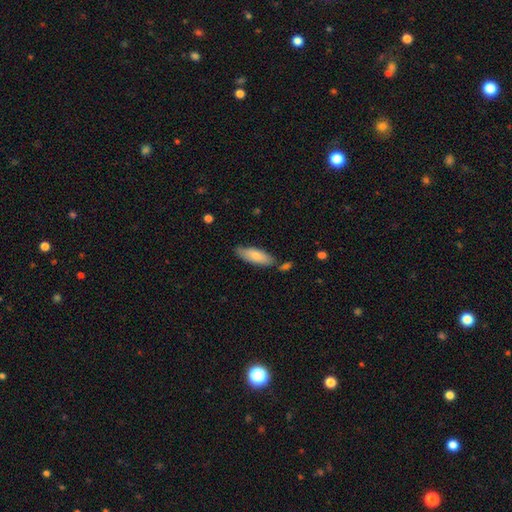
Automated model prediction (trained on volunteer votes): Q: Smooth or featured?
A: smooth (80%); runner-up: featured or disk (14%)
Q: How rounded?
A: in between (62%); runner-up: cigar-shaped (36%)
Q: Merging?
A: none (71%); runner-up: minor disturbance (18%)